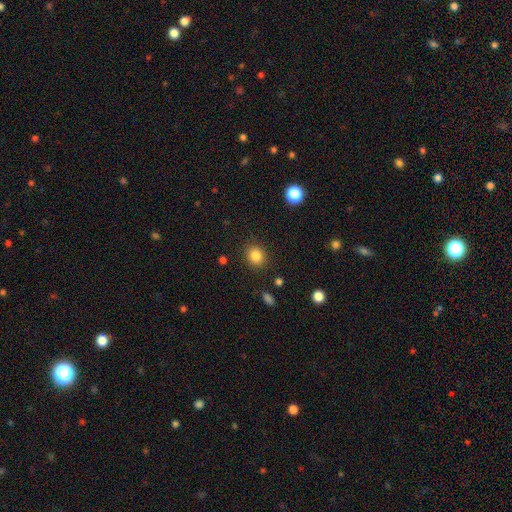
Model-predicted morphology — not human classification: smooth 84%, star or artifact 11%, featured or disk 5%. Down the decision tree: how rounded — round (76%); merging — none (88%).